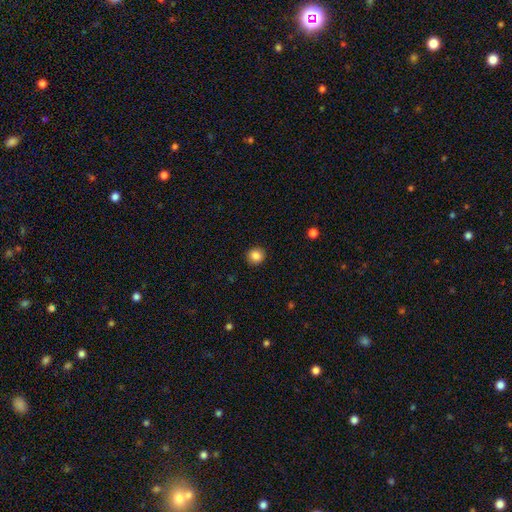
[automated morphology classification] smooth-or-featured: smooth: 85% | star or artifact: 10% | featured or disk: 5%
  how-rounded: round: 91% | in between: 8% | cigar-shaped: 1%
  merging: none: 91% | minor disturbance: 6% | major disturbance: 2% | merger: 1%